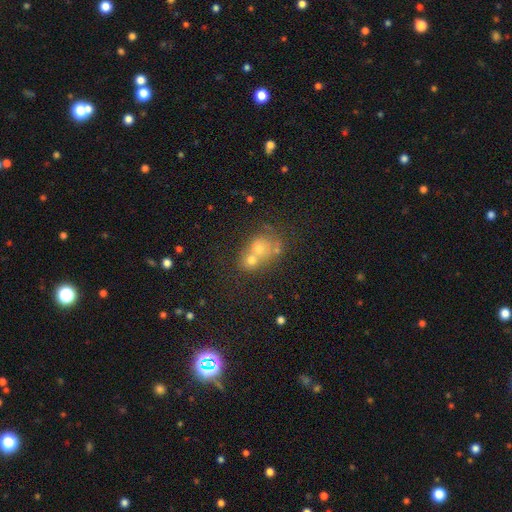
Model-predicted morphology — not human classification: Smooth or featured?
  - smooth: 48% *
  - star or artifact: 27%
  - featured or disk: 25%
Merging?
  - merger: 54% *
  - none: 32%
  - minor disturbance: 8%
  - major disturbance: 6%